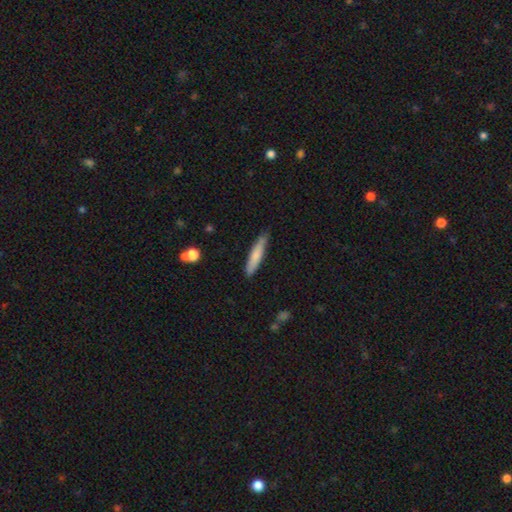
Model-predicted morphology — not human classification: This appears to be a smooth galaxy with no disk features (74%) that is cigar-shaped (88%). Merging: none (80%).